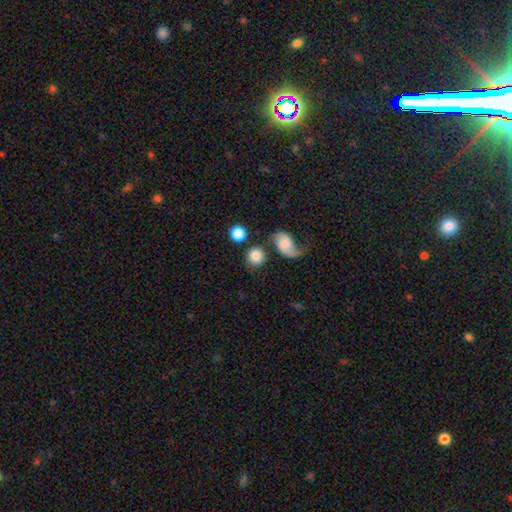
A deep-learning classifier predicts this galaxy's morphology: smooth-or-featured: smooth: 80% | featured or disk: 12% | star or artifact: 8%
  how-rounded: round: 86% | in between: 13% | cigar-shaped: 1%
  merging: none: 67% | merger: 14% | minor disturbance: 12% | major disturbance: 6%